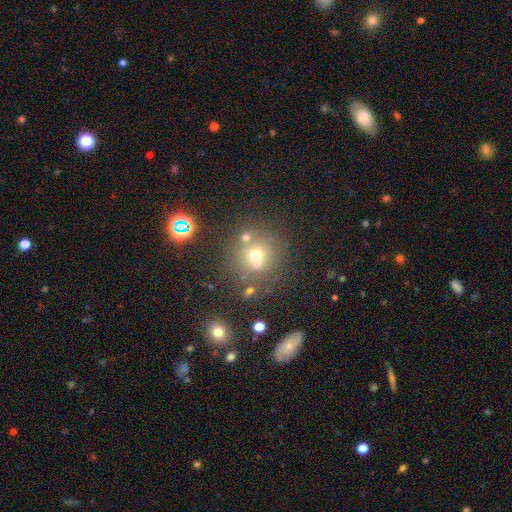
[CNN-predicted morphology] The model was most divided on "smooth or featured": smooth: 61%, star or artifact: 24%, featured or disk: 15%. More confident: how rounded — round (90%); merging — none (66%).